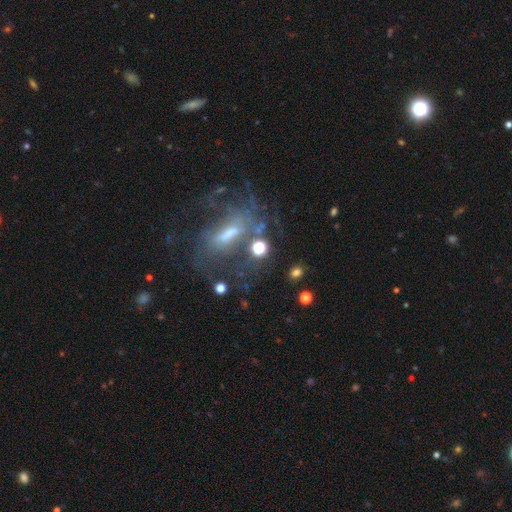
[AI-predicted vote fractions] Smooth or featured? Predicted: featured or disk (p=0.62). Edge-on disk? Predicted: no (p=0.84). Bar? Predicted: no (p=0.40). Spiral arms? Predicted: yes (p=0.59). Bulge size? Predicted: small (p=0.46). Merging? Predicted: none (p=0.52).